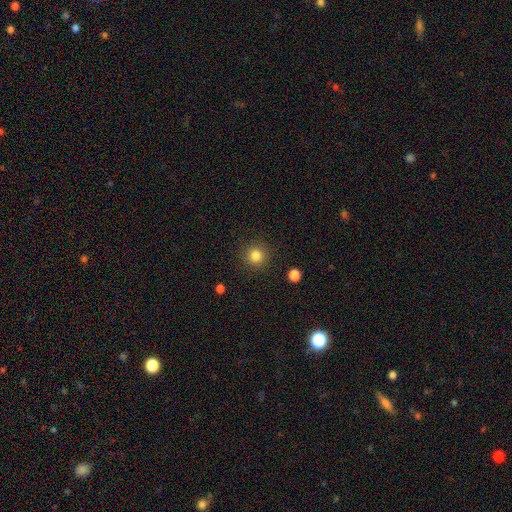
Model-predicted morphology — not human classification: Overall: smooth (83%). How rounded: round (94%). Merging: none (90%).